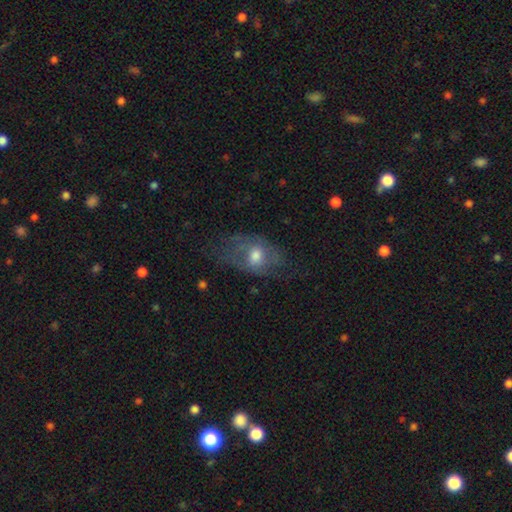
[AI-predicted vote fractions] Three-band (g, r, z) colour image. It shows a featured or disk galaxy (47%). Merging: none (45%).